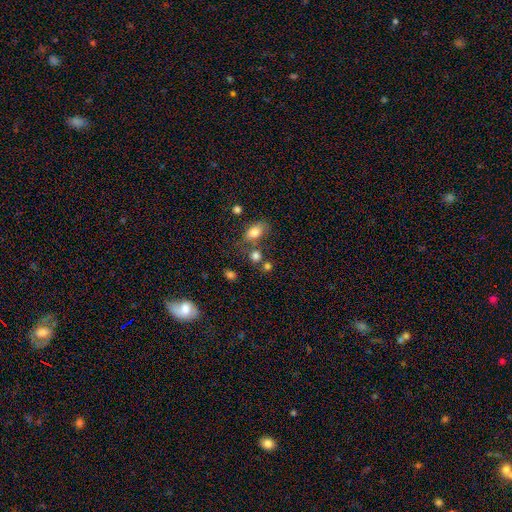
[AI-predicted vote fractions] A smooth galaxy with no disk features (80%) that is round (51%). Merging: none (57%).